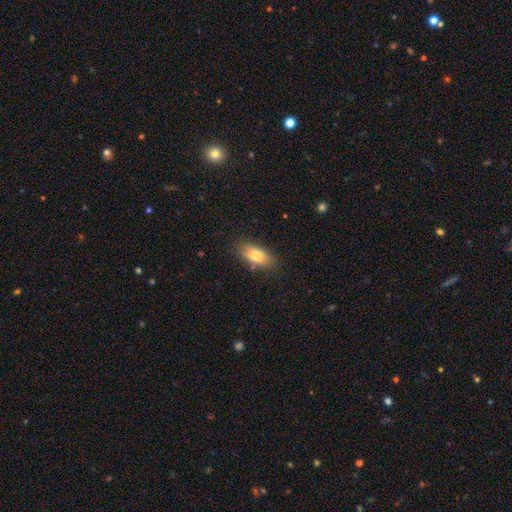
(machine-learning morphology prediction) type=smooth (77%); roundness=in between (86%); merging=none (77%).